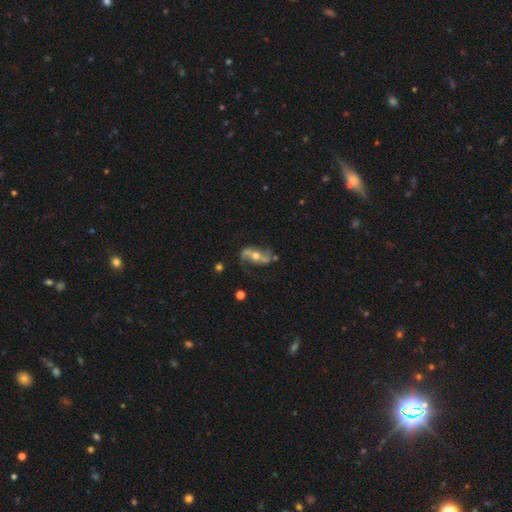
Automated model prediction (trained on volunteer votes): featured or disk 81%, smooth 12%, star or artifact 7%. Down the decision tree: edge-on disk — no (90%); bar — no (37%); spiral arms — yes (91%); spiral arm count — 2 (92%); spiral winding — loose (73%); bulge size — moderate (70%); merging — none (71%).